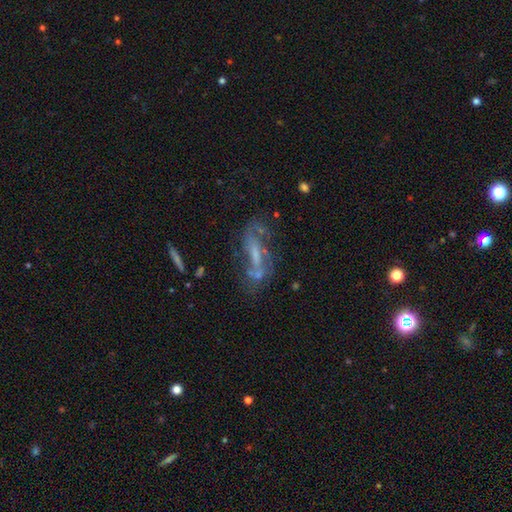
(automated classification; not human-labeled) Q: Smooth or featured?
A: featured or disk (70%); runner-up: smooth (17%)
Q: Edge-on disk?
A: no (83%); runner-up: yes (17%)
Q: Bar?
A: weak (40%); runner-up: no (33%)
Q: Spiral arms?
A: yes (73%); runner-up: no (27%)
Q: Bulge size?
A: small (40%); runner-up: none (28%)
Q: Merging?
A: none (49%); runner-up: major disturbance (20%)